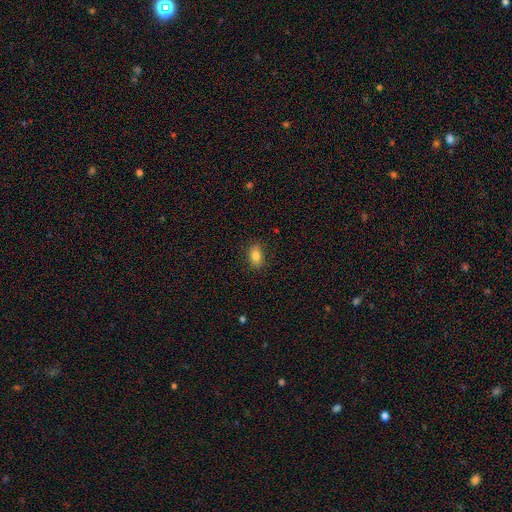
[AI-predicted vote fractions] Smooth or featured: smooth — 83% (star or artifact — 9%)
How rounded: in between — 86% (round — 12%)
Merging: none — 87% (minor disturbance — 10%)